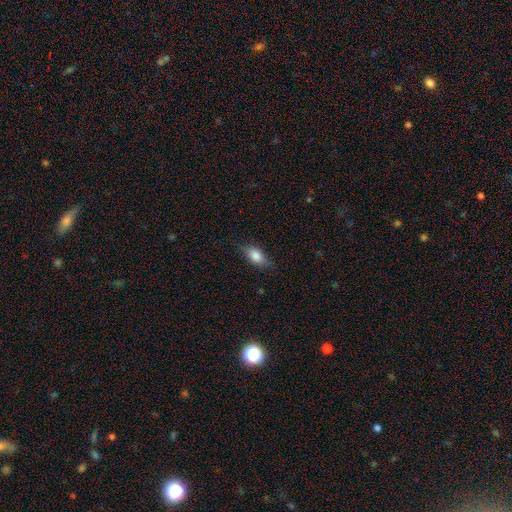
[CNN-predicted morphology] This is likely a smooth galaxy (75%). How rounded: clearly in between (83%). Merging: likely none (75%).